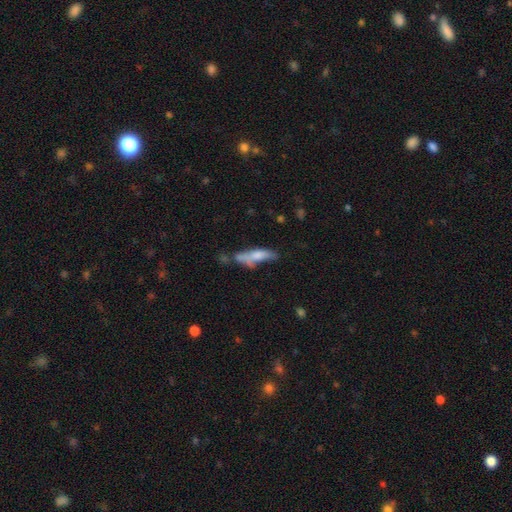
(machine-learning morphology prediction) smooth-or-featured: smooth: 59% | featured or disk: 33% | star or artifact: 8%
  how-rounded: cigar-shaped: 66% | in between: 31% | round: 2%
  merging: none: 37% | minor disturbance: 25% | merger: 22% | major disturbance: 16%